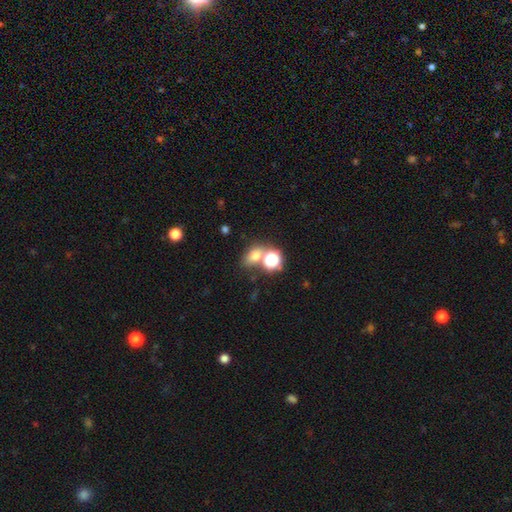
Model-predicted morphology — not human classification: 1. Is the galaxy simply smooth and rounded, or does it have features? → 67% smooth, 23% star or artifact, 11% featured or disk.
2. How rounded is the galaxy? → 56% in between, 42% round, 2% cigar-shaped.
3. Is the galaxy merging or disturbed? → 57% none, 27% merger, 10% minor disturbance, 5% major disturbance.